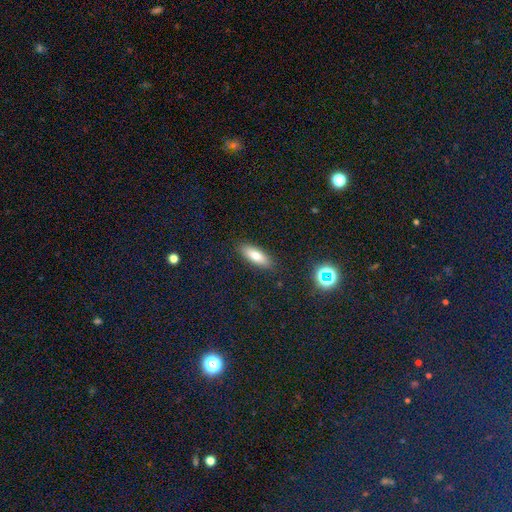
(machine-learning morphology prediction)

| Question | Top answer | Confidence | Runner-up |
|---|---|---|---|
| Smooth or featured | smooth | 74% | featured or disk (17%) |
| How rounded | in between | 65% | cigar-shaped (33%) |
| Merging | none | 88% | minor disturbance (9%) |